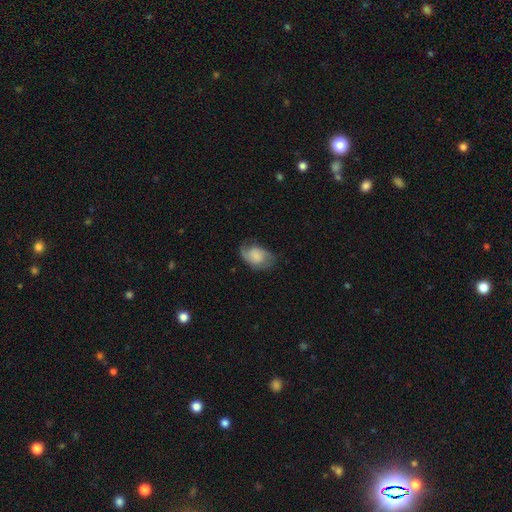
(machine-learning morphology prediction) Smooth or featured? smooth (51%)
How rounded? in between (82%)
Merging? none (56%)